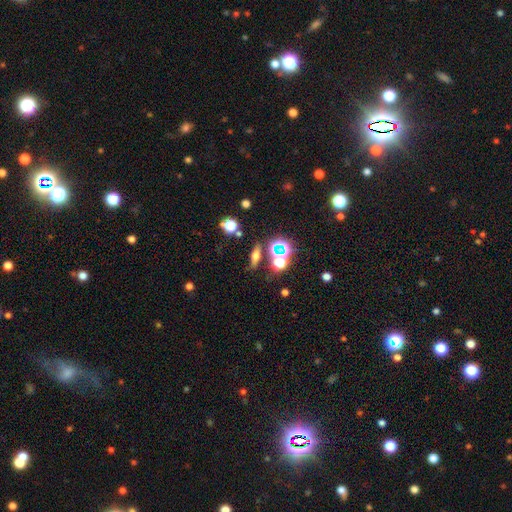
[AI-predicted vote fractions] smooth-or-featured: smooth: 45% | featured or disk: 29% | star or artifact: 26%
  merging: none: 78% | minor disturbance: 10% | merger: 8% | major disturbance: 4%